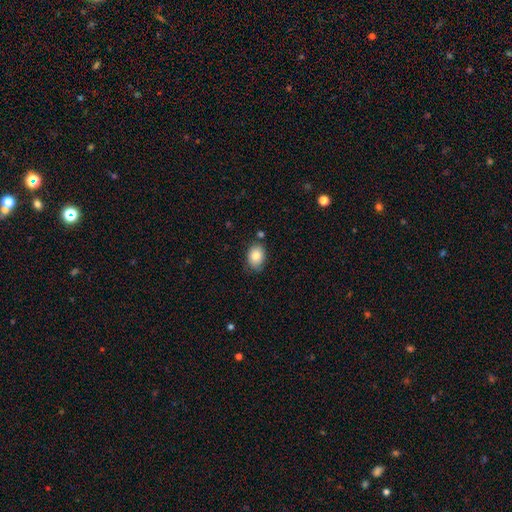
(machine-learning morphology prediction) type=smooth (82%); roundness=in between (72%); merging=none (74%).